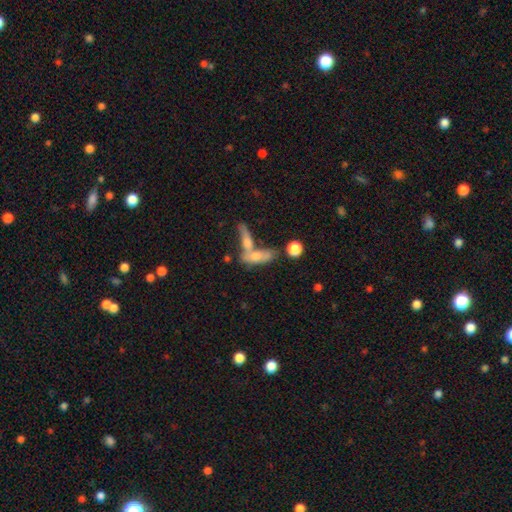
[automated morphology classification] type=smooth (54%); roundness=in between (51%); merging=merger (52%).